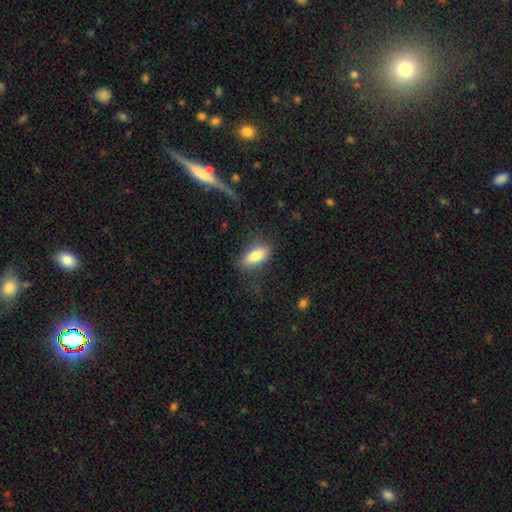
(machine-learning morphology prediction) Q: Smooth or featured?
A: smooth (79%); runner-up: featured or disk (14%)
Q: How rounded?
A: in between (86%); runner-up: cigar-shaped (10%)
Q: Merging?
A: none (73%); runner-up: minor disturbance (17%)